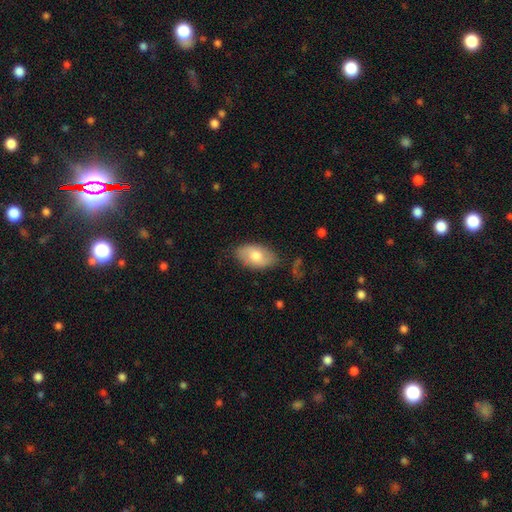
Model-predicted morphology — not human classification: The model was most divided on "smooth or featured": smooth: 70%, featured or disk: 24%, star or artifact: 6%. More confident: how rounded — in between (94%); merging — none (79%).